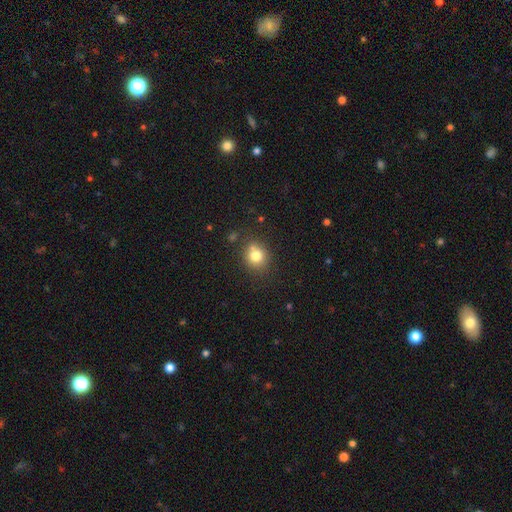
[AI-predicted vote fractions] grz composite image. It shows a smooth galaxy with no disk features (78%) that is round (79%). Merging: none (70%).